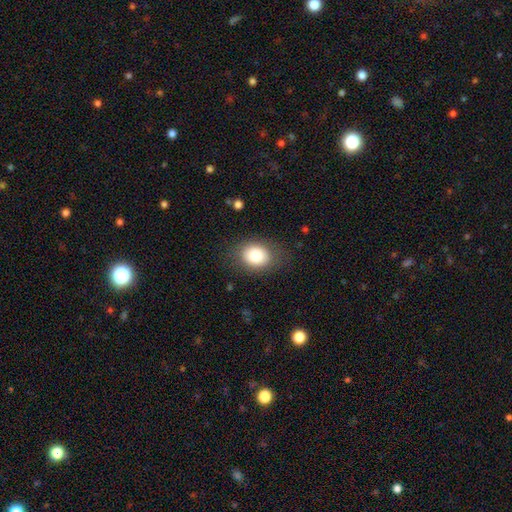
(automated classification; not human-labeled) Smooth or featured: smooth — 80% (featured or disk — 11%)
How rounded: in between — 52% (round — 47%)
Merging: none — 81% (minor disturbance — 13%)